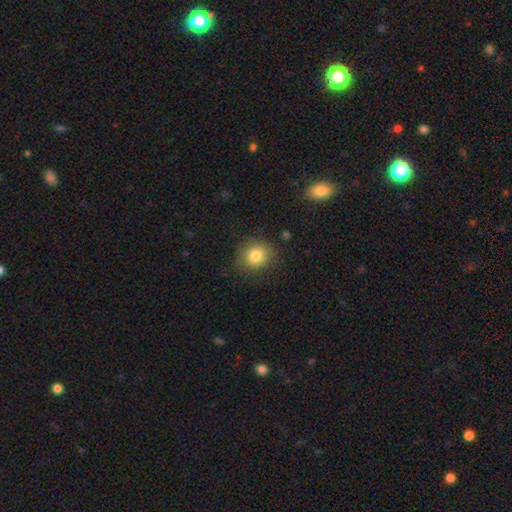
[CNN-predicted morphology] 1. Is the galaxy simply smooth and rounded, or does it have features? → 81% smooth, 11% star or artifact, 8% featured or disk.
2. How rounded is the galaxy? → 78% round, 21% in between, 1% cigar-shaped.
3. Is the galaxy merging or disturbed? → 82% none, 13% minor disturbance, 4% major disturbance, 1% merger.